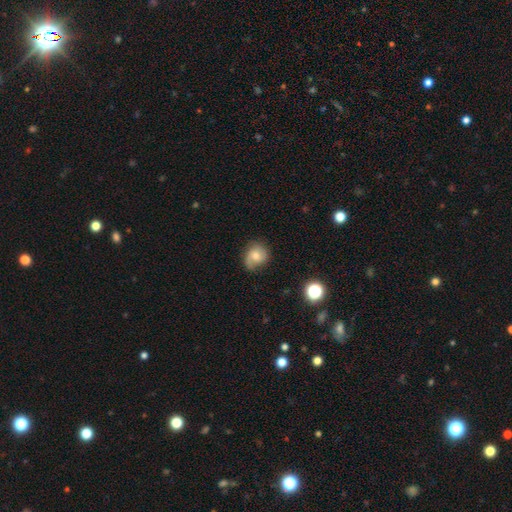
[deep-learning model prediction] Q: Smooth or featured?
A: smooth (58%); runner-up: featured or disk (32%)
Q: How rounded?
A: round (65%); runner-up: in between (34%)
Q: Merging?
A: none (60%); runner-up: minor disturbance (28%)